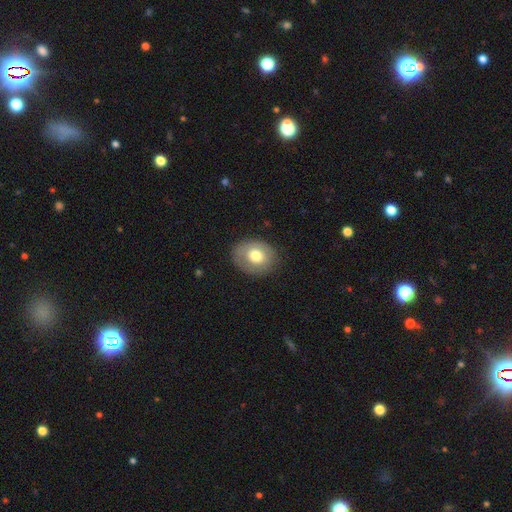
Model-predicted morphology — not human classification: type=smooth (67%); roundness=round (51%); merging=none (80%).